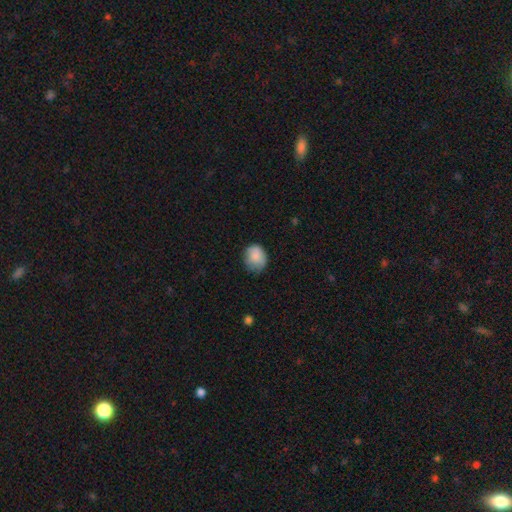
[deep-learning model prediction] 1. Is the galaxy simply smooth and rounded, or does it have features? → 84% smooth, 8% featured or disk, 8% star or artifact.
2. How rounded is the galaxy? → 64% round, 35% in between, 1% cigar-shaped.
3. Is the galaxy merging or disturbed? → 65% none, 27% minor disturbance, 7% major disturbance, 1% merger.